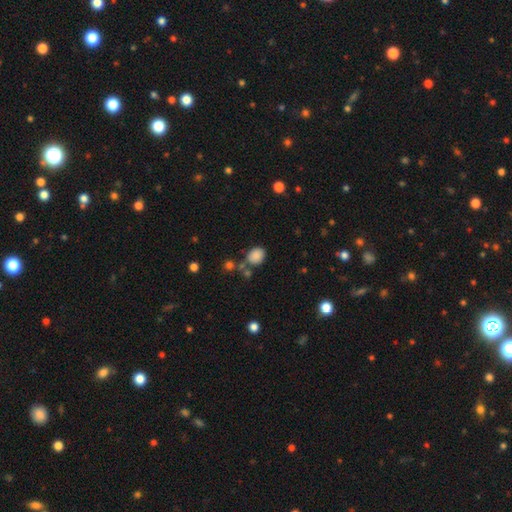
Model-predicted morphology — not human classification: Smooth or featured? Predicted: smooth (p=0.85). How rounded? Predicted: round (p=0.54). Merging? Predicted: none (p=0.69).